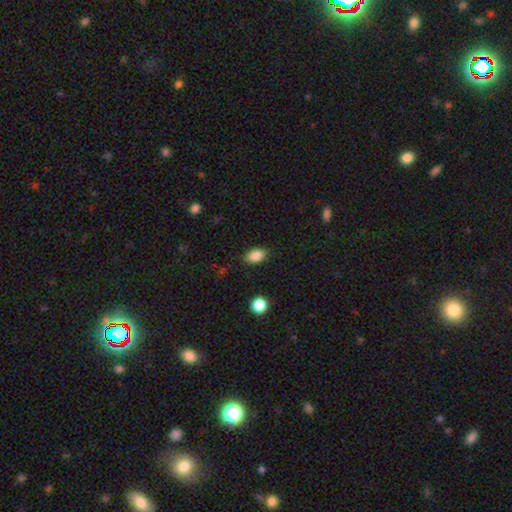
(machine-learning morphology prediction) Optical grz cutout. It shows a smooth galaxy with no disk features (87%) that is in between round and cigar-shaped (90%). Merging: none (86%).